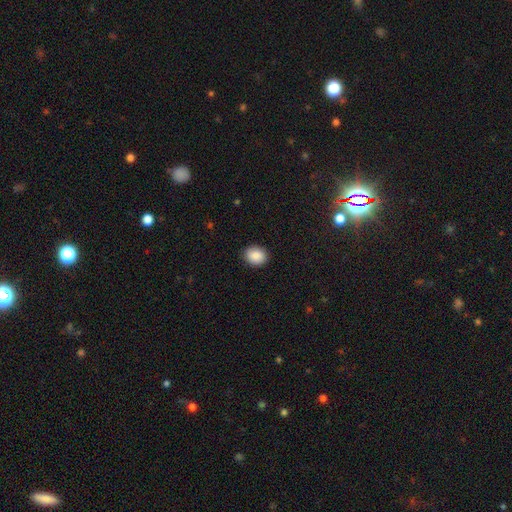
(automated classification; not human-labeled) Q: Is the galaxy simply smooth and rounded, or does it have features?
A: smooth — 88%.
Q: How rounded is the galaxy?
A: round — 53%.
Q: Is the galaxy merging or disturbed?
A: none — 89%.